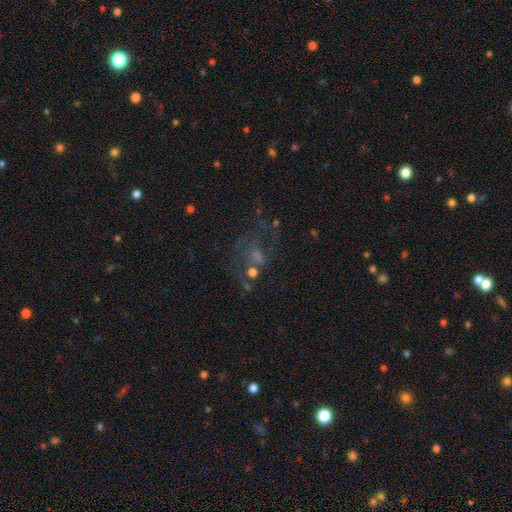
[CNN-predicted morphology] A featured or disk galaxy (47%).

Vote fractions:
- Smooth or featured? featured or disk: 47% / smooth: 29% / star or artifact: 24%
- Merging? none: 38% / major disturbance: 34% / minor disturbance: 16% / merger: 12%